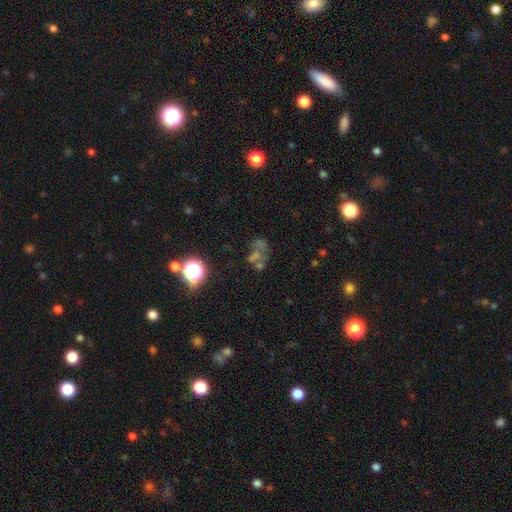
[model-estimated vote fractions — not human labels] This appears to be a star or artifact, not a galaxy (38%).